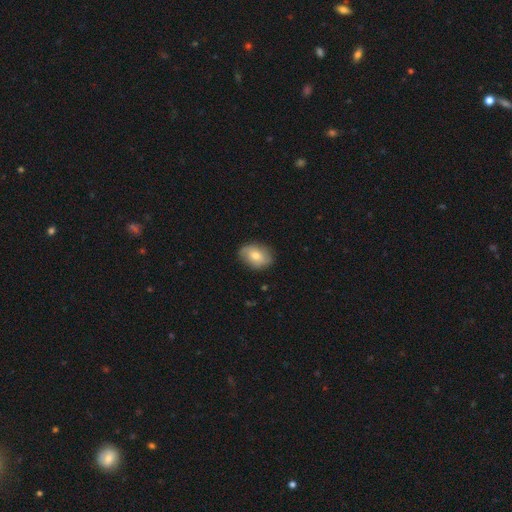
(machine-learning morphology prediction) type=smooth (66%); roundness=in between (73%); merging=none (79%).